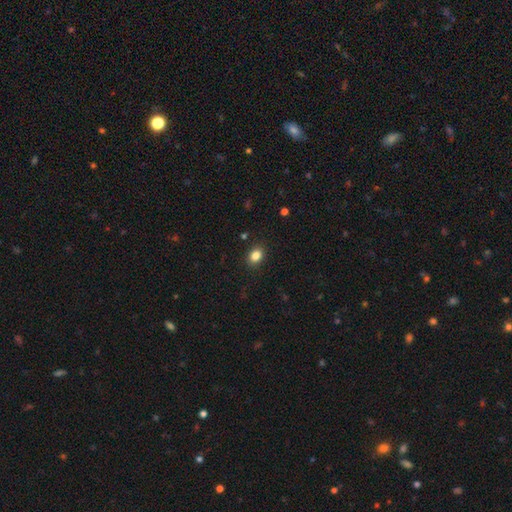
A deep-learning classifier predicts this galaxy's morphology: Smooth or featured? smooth (84%)
How rounded? in between (60%)
Merging? none (89%)